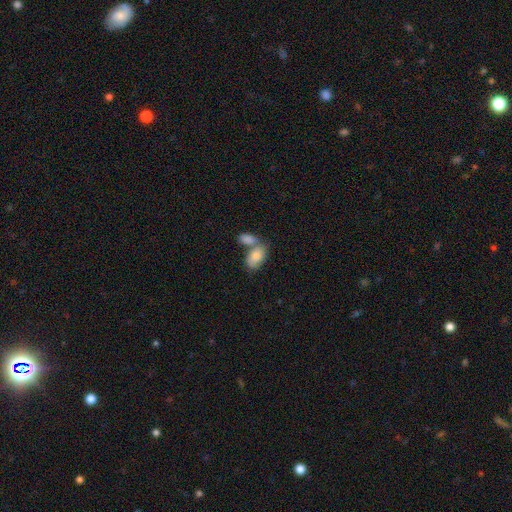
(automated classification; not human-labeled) Smooth or featured?
  - smooth: 81% *
  - featured or disk: 13%
  - star or artifact: 6%
How rounded?
  - in between: 92% *
  - round: 6%
  - cigar-shaped: 2%
Merging?
  - merger: 57% *
  - none: 29%
  - minor disturbance: 10%
  - major disturbance: 4%